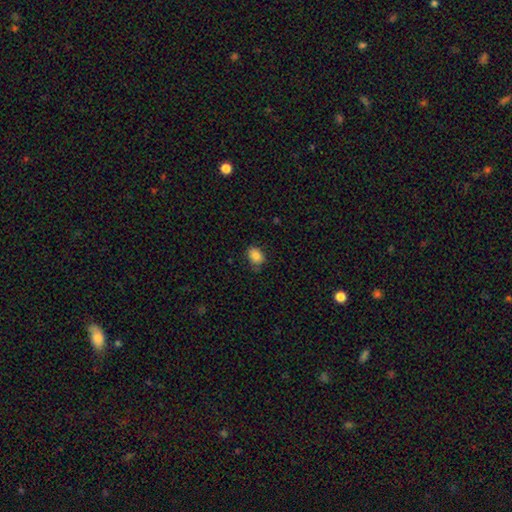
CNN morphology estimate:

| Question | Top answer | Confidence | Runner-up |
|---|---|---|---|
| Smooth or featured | smooth | 84% | star or artifact (9%) |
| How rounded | in between | 63% | round (36%) |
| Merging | none | 74% | minor disturbance (20%) |